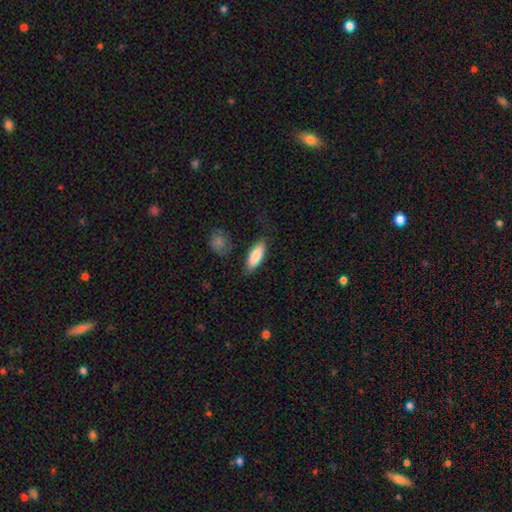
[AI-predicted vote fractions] A smooth galaxy with no disk features (84%) that is in between round and cigar-shaped (69%). Merging: none (78%).